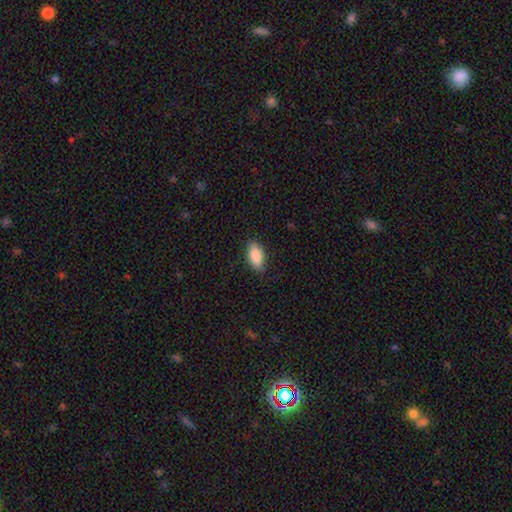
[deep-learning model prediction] Smooth or featured: smooth — 85% (featured or disk — 8%)
How rounded: in between — 89% (cigar-shaped — 8%)
Merging: none — 85% (minor disturbance — 12%)